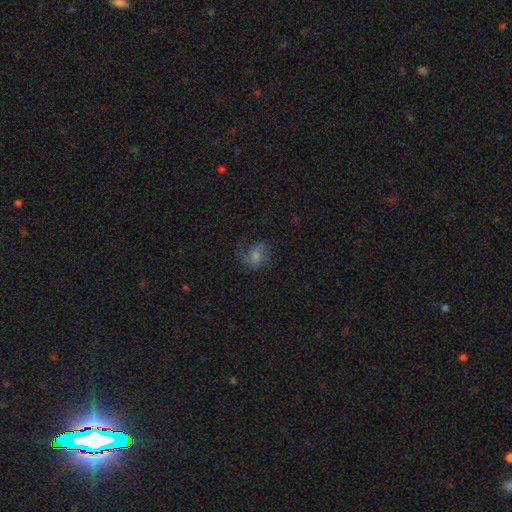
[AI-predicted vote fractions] smooth-or-featured: featured or disk: 53% | smooth: 35% | star or artifact: 13%
  disk-edge-on: no: 97% | yes: 3%
    bar: no: 63% | weak: 32% | strong: 6%
    has-spiral-arms: yes: 87% | no: 13%
    bulge-size: moderate: 49% | small: 36% | large: 7% | none: 6% | dominant: 2%
  merging: none: 55% | minor disturbance: 22% | major disturbance: 21% | merger: 2%